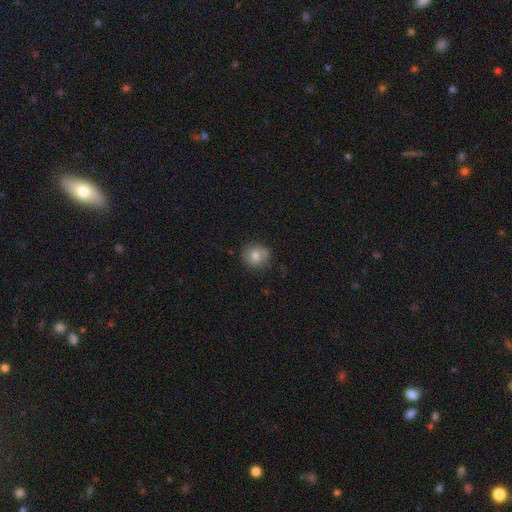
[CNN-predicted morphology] Smooth or featured: smooth — 75% (featured or disk — 15%)
How rounded: round — 85% (in between — 14%)
Merging: none — 76% (minor disturbance — 17%)